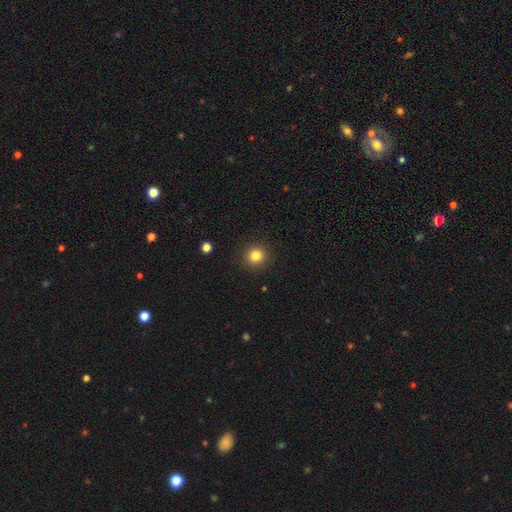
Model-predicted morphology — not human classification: This is clearly a smooth galaxy (82%). How rounded: clearly round (93%). Merging: clearly none (91%).